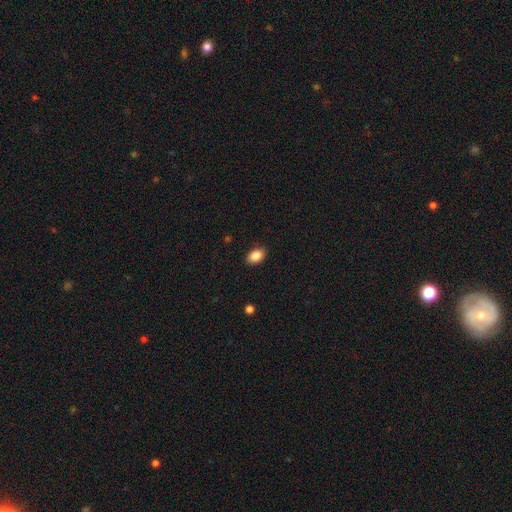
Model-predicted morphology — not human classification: Smooth or featured?
  - smooth: 88% *
  - star or artifact: 8%
  - featured or disk: 4%
How rounded?
  - in between: 86% *
  - round: 13%
  - cigar-shaped: 1%
Merging?
  - none: 87% *
  - minor disturbance: 10%
  - major disturbance: 2%
  - merger: 1%